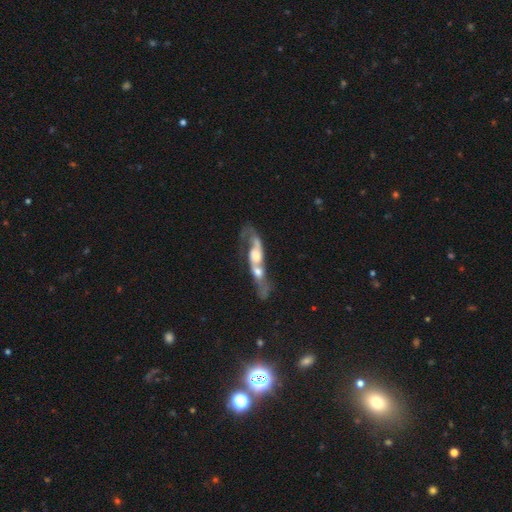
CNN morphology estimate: This appears to be a featured or disk galaxy (67%) with no bar (69%), spiral arms (63%) and a moderate central bulge (45%). Merging: merger (64%).